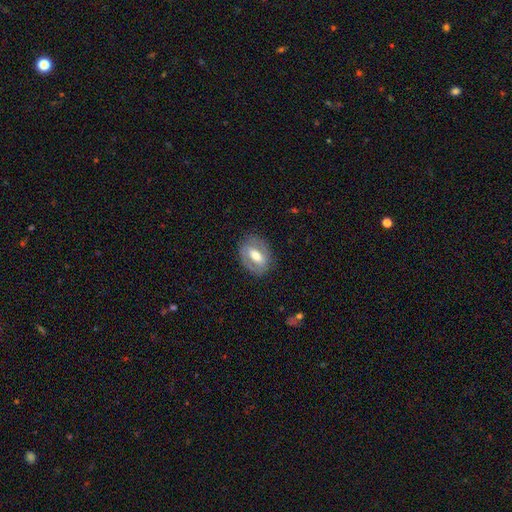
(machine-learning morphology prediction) Smooth or featured?
  - featured or disk: 52% *
  - smooth: 42%
  - star or artifact: 7%
Edge-on disk?
  - no: 90% *
  - yes: 10%
Merging?
  - none: 78% *
  - minor disturbance: 15%
  - major disturbance: 6%
  - merger: 1%